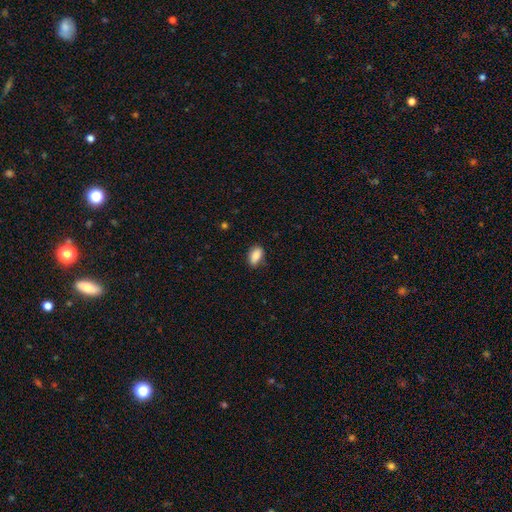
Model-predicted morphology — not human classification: This appears to be a smooth galaxy with no disk features (87%) that is in between round and cigar-shaped (90%). Merging: none (78%).